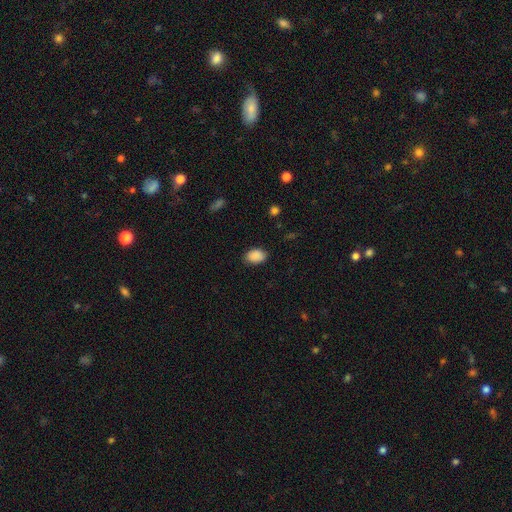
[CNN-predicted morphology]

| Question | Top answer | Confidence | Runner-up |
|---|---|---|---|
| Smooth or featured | smooth | 89% | star or artifact (8%) |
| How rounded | in between | 81% | round (18%) |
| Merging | none | 84% | minor disturbance (12%) |